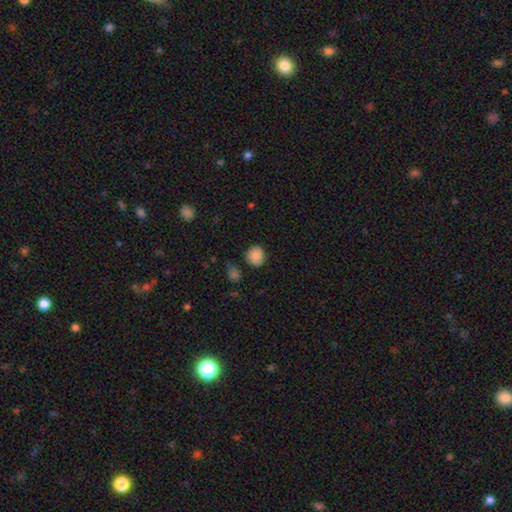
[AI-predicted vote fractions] Smooth or featured?
  - smooth: 85% *
  - star or artifact: 9%
  - featured or disk: 6%
How rounded?
  - round: 83% *
  - in between: 16%
  - cigar-shaped: 1%
Merging?
  - none: 78% *
  - minor disturbance: 16%
  - major disturbance: 4%
  - merger: 3%